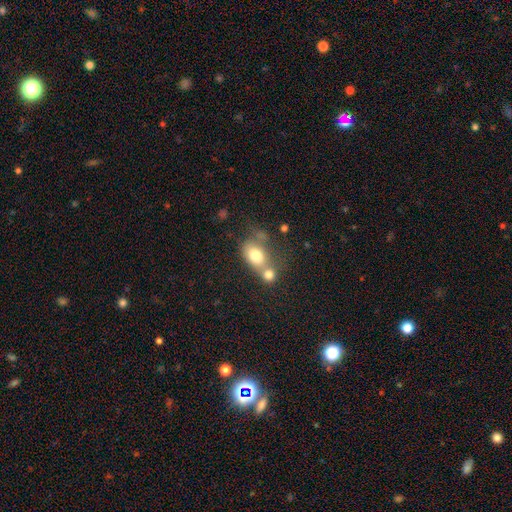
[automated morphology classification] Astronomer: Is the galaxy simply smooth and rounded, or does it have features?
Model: smooth — 75%.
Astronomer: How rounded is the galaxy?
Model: in between — 66%.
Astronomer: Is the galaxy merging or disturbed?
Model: merger — 56%.